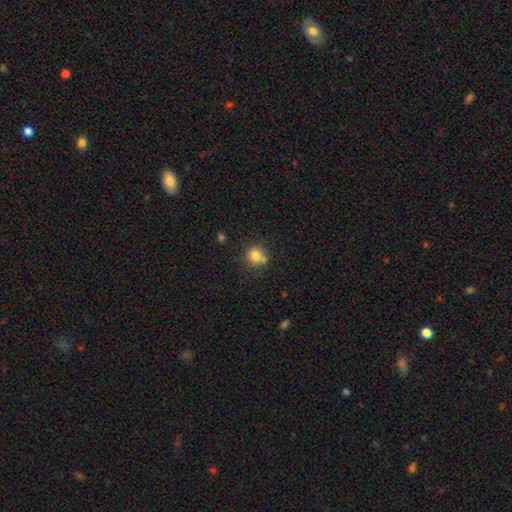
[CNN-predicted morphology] smooth_or_featured: smooth (p=0.80) [alt: star or artifact p=0.12]
how_rounded: round (p=0.90) [alt: in between p=0.10]
merging: none (p=0.66) [alt: merger p=0.18]